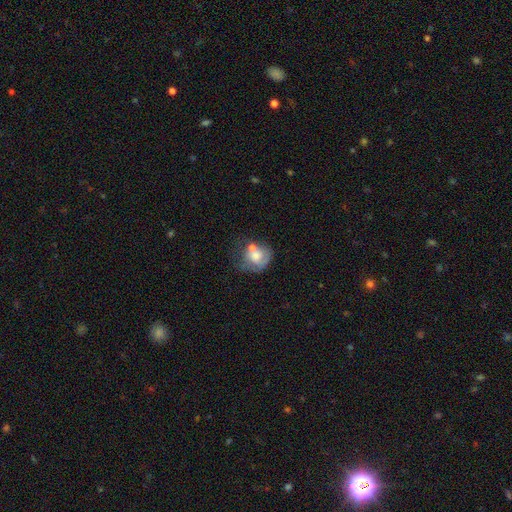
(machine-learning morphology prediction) Smooth or featured? Predicted: smooth (p=0.61). How rounded? Predicted: round (p=0.63). Merging? Predicted: none (p=0.30).